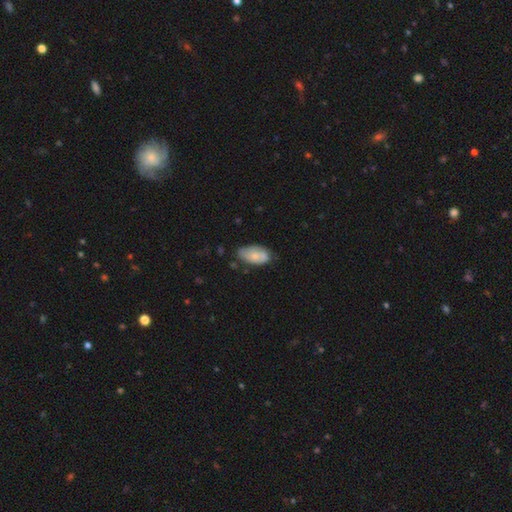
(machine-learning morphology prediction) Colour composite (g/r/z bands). It shows a smooth galaxy with no disk features (64%) that is in between round and cigar-shaped (93%). Merging: none (59%).